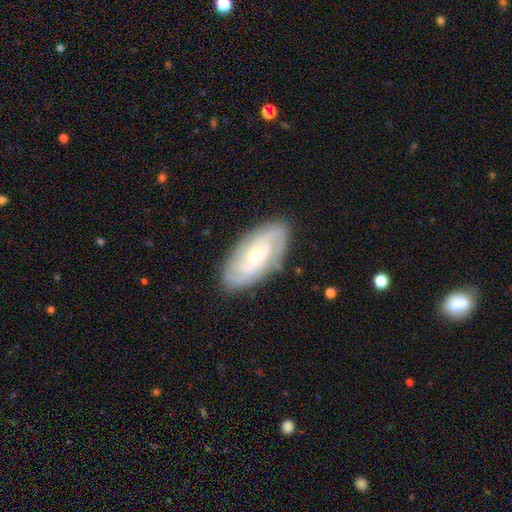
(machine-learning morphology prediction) type=featured or disk (74%); edge-on=no (93%); bar=no (64%); spiral arms=yes (89%); winding=tight (54%); arm count=2 (43%); bulge=small (67%); merging=none (82%).